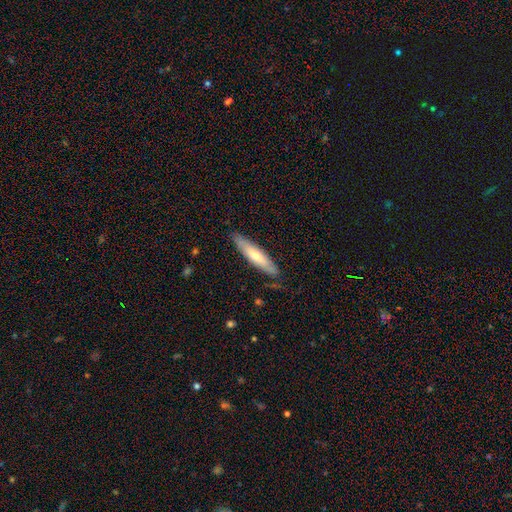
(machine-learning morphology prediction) This is likely a smooth galaxy (60%). How rounded: clearly cigar-shaped (81%). Merging: clearly none (81%).